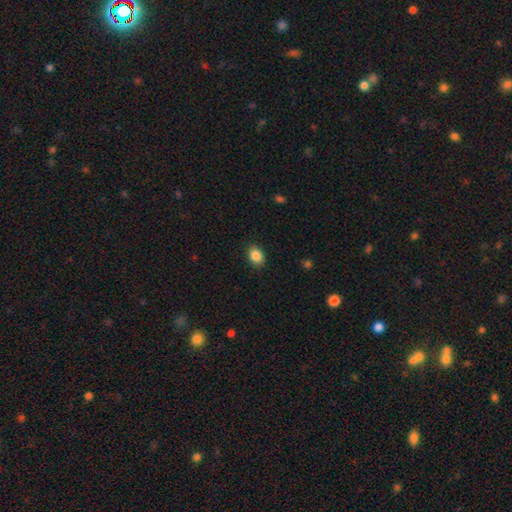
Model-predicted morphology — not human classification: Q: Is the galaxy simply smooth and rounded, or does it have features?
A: smooth — 87%.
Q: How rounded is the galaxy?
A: in between — 74%.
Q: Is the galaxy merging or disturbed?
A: none — 88%.